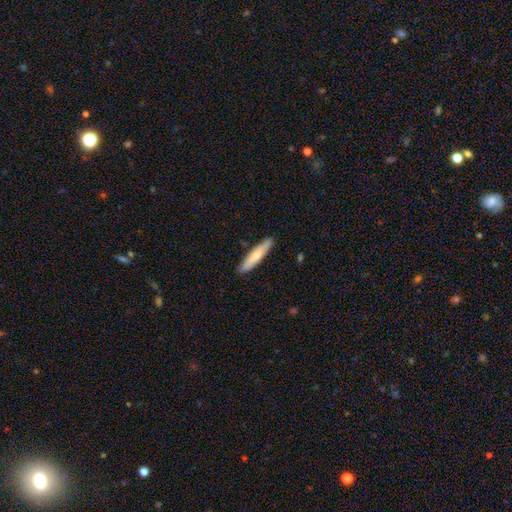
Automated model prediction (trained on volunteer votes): smooth 65%, featured or disk 30%, star or artifact 5%. Down the decision tree: how rounded — cigar-shaped (86%); merging — none (87%).